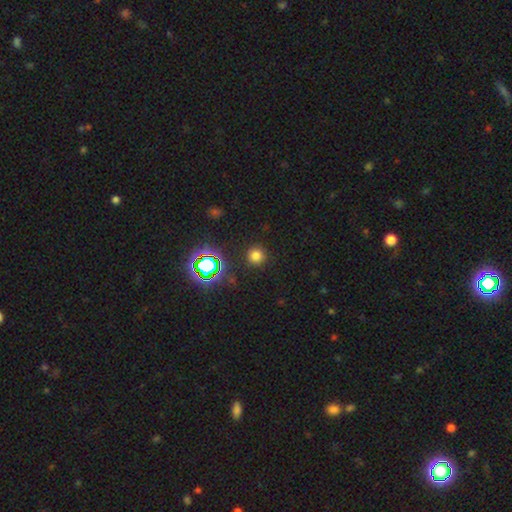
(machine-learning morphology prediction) Smooth or featured?
  - smooth: 72% *
  - star or artifact: 22%
  - featured or disk: 5%
How rounded?
  - round: 94% *
  - in between: 5%
  - cigar-shaped: 1%
Merging?
  - none: 89% *
  - minor disturbance: 6%
  - major disturbance: 3%
  - merger: 2%